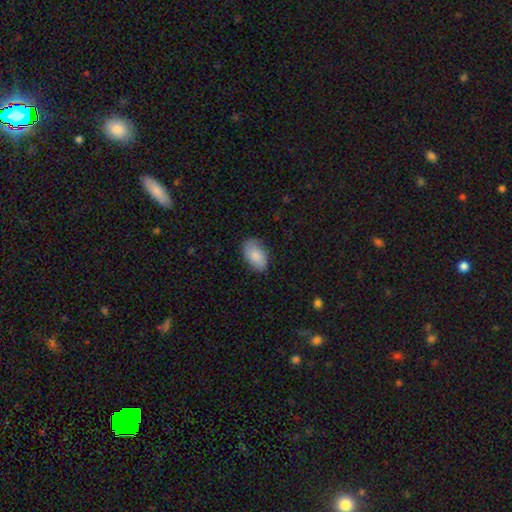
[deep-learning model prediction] A smooth galaxy with no disk features (82%) that is in between round and cigar-shaped (93%). Merging: none (79%).